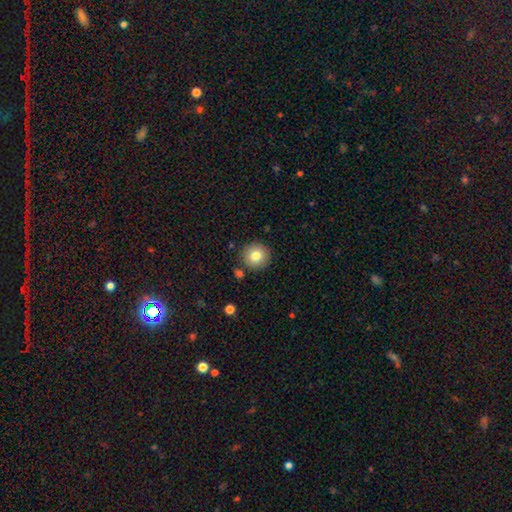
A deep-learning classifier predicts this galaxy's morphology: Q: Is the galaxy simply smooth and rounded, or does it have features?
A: smooth — 80%.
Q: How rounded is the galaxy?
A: round — 95%.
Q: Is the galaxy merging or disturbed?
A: none — 87%.